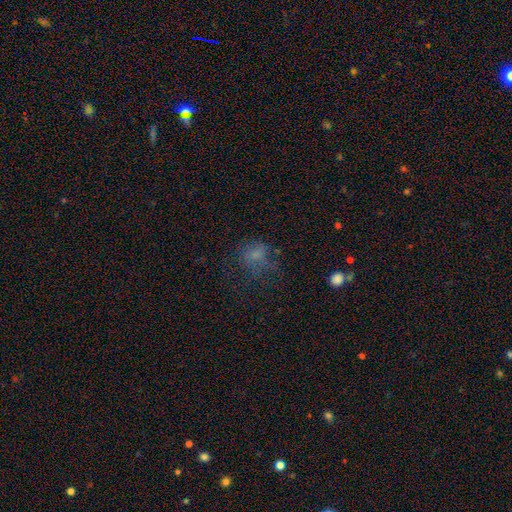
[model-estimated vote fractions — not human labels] Morphology: type=smooth (62%); roundness=round (66%); merging=none (48%).